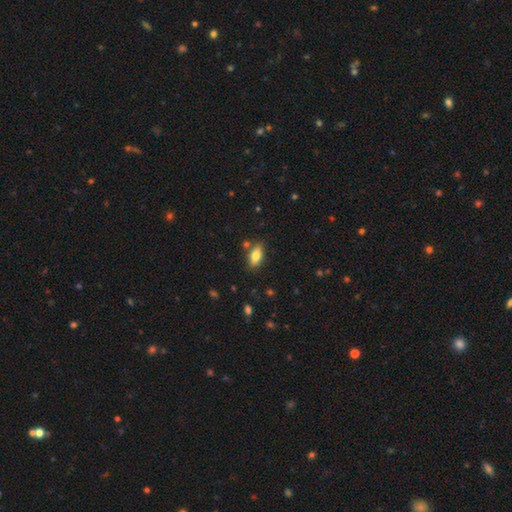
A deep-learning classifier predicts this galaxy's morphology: smooth_or_featured: smooth (p=0.78) [alt: featured or disk p=0.14]
how_rounded: in between (p=0.84) [alt: cigar-shaped p=0.12]
merging: none (p=0.79) [alt: minor disturbance p=0.13]